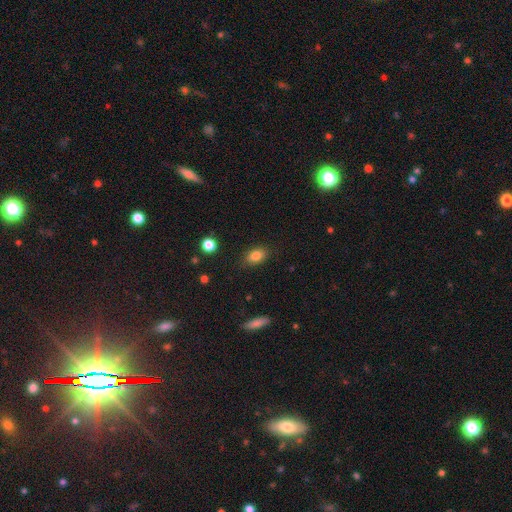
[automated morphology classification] Overall: smooth (83%). How rounded: in between (83%). Merging: none (83%).